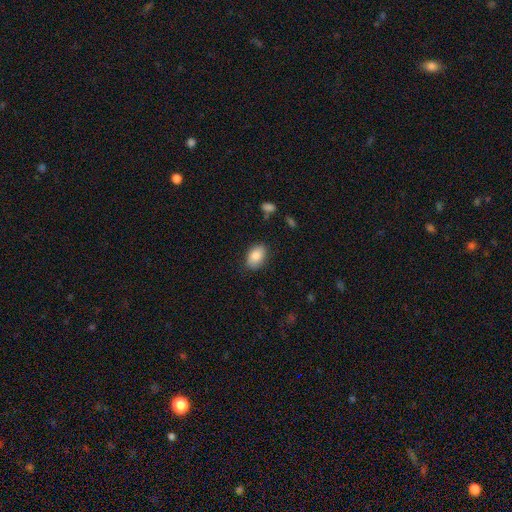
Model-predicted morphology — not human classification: This is clearly a smooth galaxy (86%). How rounded: clearly in between (89%). Merging: clearly none (83%).